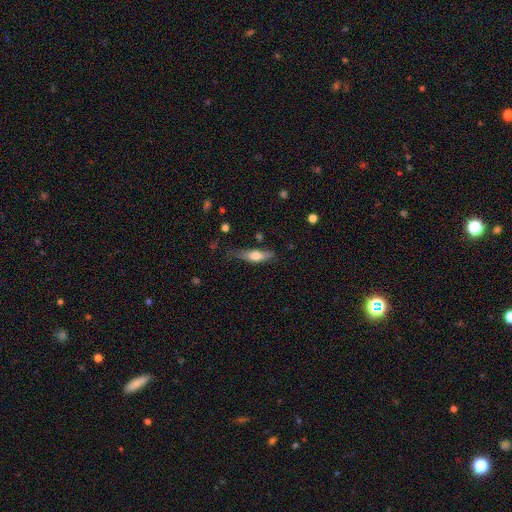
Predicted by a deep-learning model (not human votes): smooth_or_featured: smooth (p=0.57) [alt: featured or disk p=0.36]
how_rounded: cigar-shaped (p=0.57) [alt: in between p=0.40]
merging: none (p=0.62) [alt: minor disturbance p=0.27]